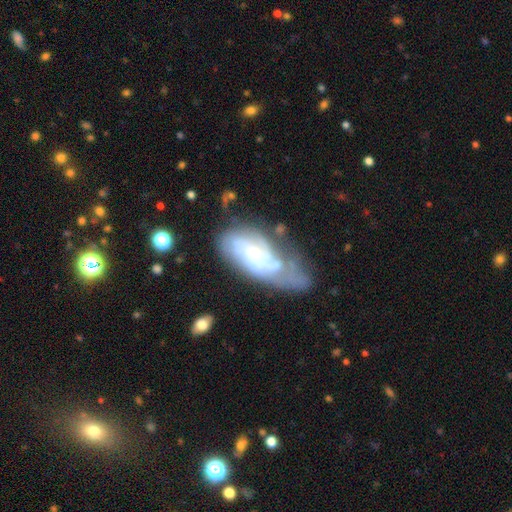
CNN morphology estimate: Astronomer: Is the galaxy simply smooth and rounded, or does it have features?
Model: featured or disk — 70%.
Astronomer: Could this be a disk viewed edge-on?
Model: no — 93%.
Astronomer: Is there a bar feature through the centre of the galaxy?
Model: no — 66%.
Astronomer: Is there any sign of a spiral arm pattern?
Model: yes — 81%.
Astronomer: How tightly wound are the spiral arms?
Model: tight — 53% (runner-up: medium, 33%).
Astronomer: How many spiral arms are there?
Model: can't tell — 50% (runner-up: 2, 25%).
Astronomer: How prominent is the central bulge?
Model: small — 55% (runner-up: moderate, 36%).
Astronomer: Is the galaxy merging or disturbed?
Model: none — 32% (runner-up: minor disturbance, 28%).